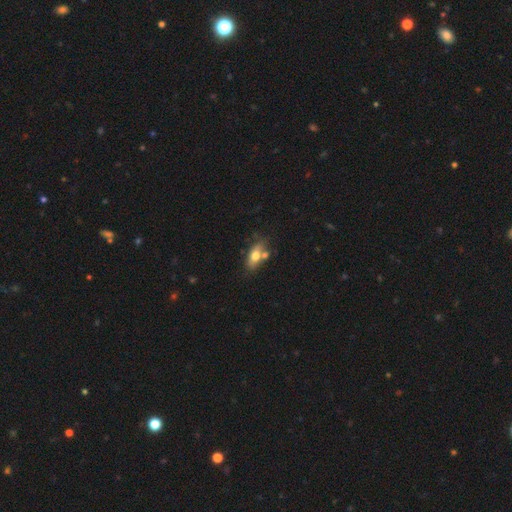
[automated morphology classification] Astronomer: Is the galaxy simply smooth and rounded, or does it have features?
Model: smooth — 67%.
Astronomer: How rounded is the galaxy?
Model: in between — 80%.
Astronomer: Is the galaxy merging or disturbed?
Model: none — 55%.